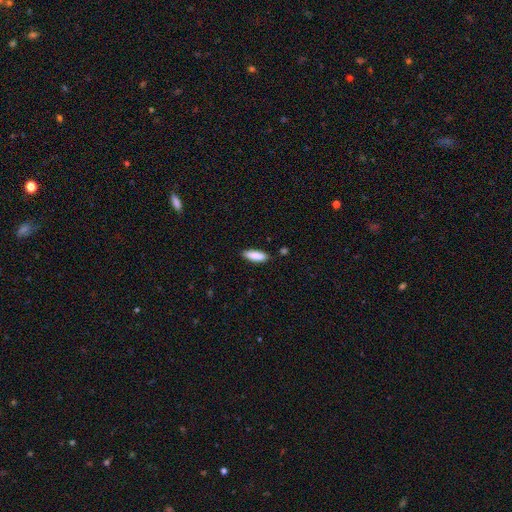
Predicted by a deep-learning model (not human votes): Smooth or featured? Predicted: smooth (p=0.87). How rounded? Predicted: in between (p=0.60). Merging? Predicted: none (p=0.85).